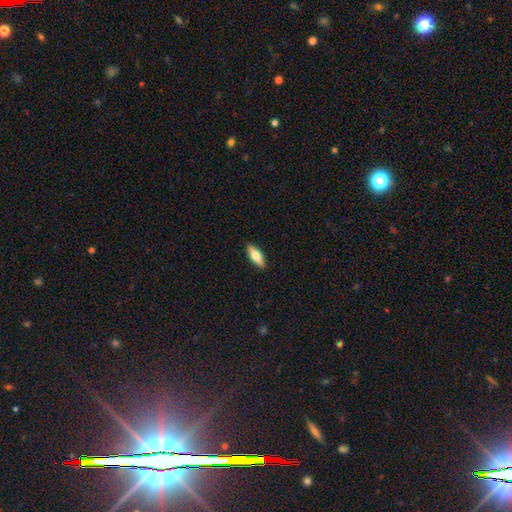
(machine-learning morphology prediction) smooth_or_featured: smooth (p=0.62) [alt: featured or disk p=0.32]
how_rounded: in between (p=0.59) [alt: cigar-shaped p=0.38]
merging: none (p=0.90) [alt: minor disturbance p=0.08]